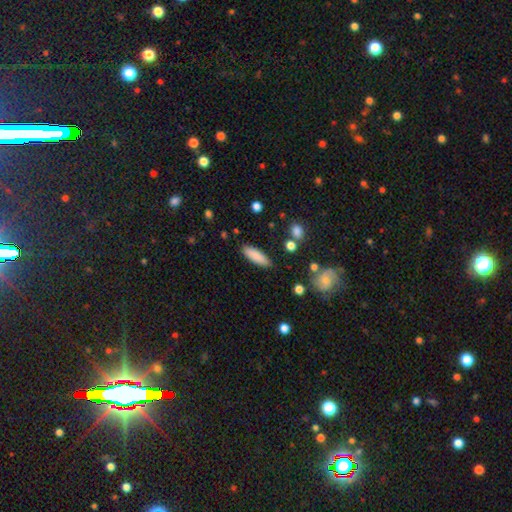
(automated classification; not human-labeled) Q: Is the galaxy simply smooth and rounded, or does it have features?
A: smooth — 87%.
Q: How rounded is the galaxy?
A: in between — 54%.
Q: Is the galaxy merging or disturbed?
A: none — 86%.